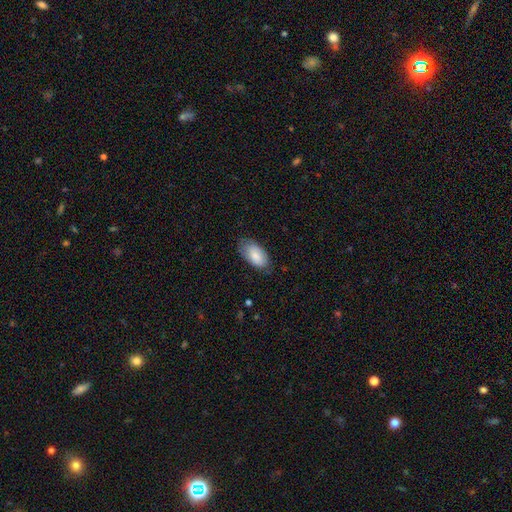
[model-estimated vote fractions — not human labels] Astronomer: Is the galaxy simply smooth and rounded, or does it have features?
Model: smooth — 83%.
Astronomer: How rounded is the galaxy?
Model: in between — 95%.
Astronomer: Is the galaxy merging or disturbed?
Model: none — 71%.